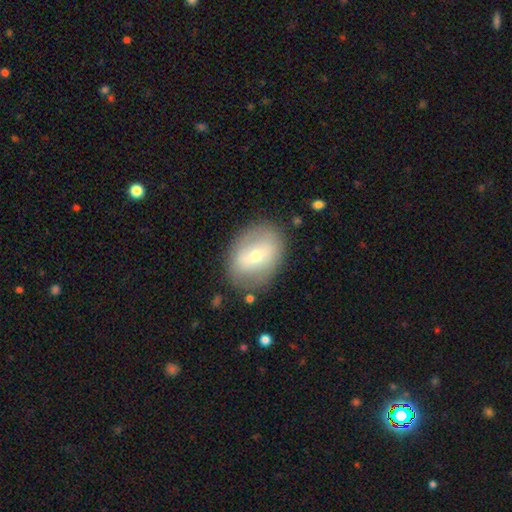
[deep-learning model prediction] smooth_or_featured: featured or disk (p=0.49) [alt: smooth p=0.43]
merging: none (p=0.78) [alt: minor disturbance p=0.14]